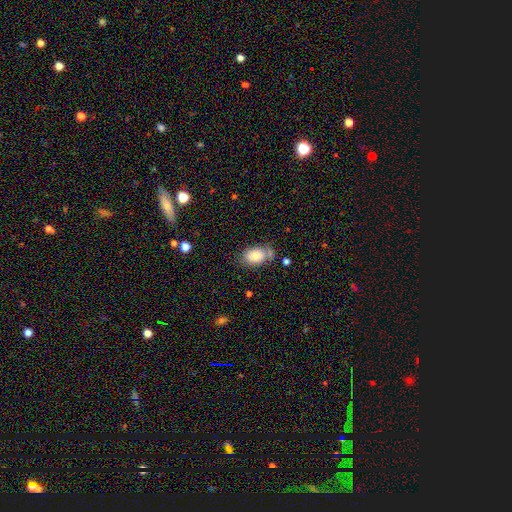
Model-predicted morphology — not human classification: A smooth galaxy with no disk features (77%) that is in between round and cigar-shaped (84%). Merging: none (55%).